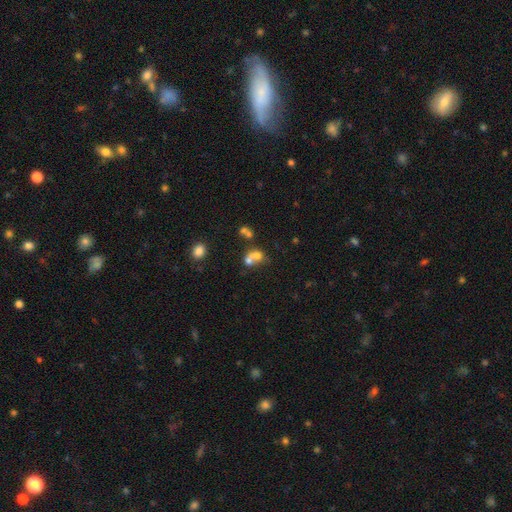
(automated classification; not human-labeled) smooth 62%, featured or disk 23%, star or artifact 16%. Down the decision tree: how rounded — round (59%); merging — merger (66%).